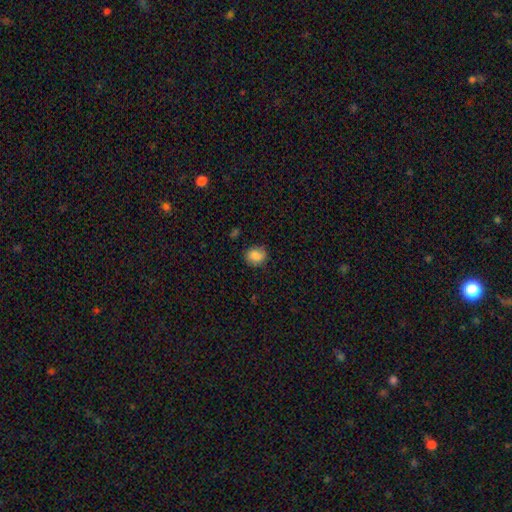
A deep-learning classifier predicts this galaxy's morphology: This appears to be a smooth galaxy with no disk features (86%) that is round (64%). Merging: none (81%).